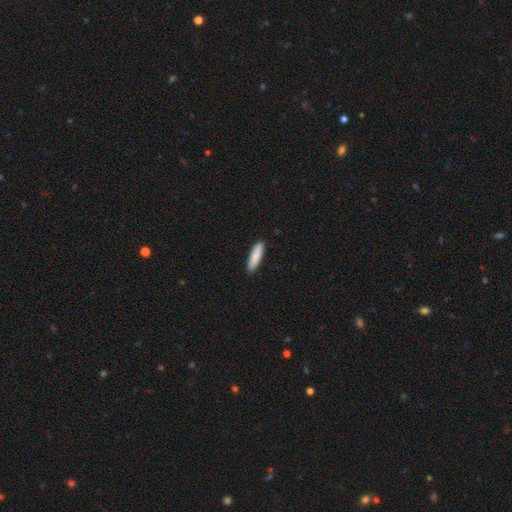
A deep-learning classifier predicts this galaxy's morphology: Smooth or featured? Predicted: smooth (p=0.88). How rounded? Predicted: cigar-shaped (p=0.74). Merging? Predicted: none (p=0.91).